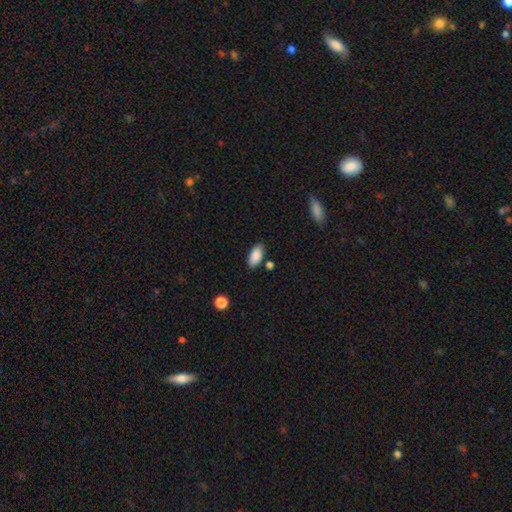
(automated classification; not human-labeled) A smooth galaxy with no disk features (88%) that is in between round and cigar-shaped (91%). Merging: none (82%).